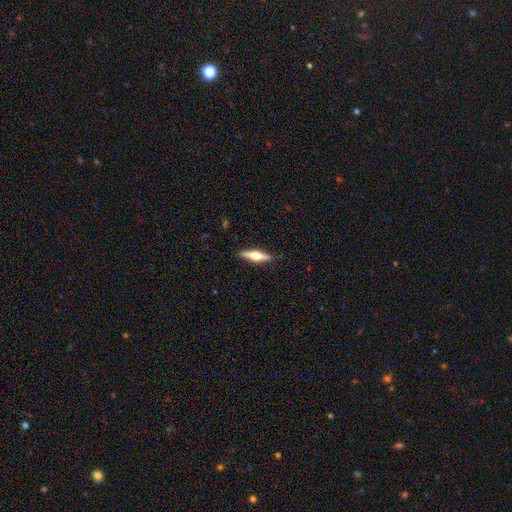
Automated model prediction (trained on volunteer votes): Smooth or featured? Predicted: featured or disk (p=0.61). Edge-on disk? Predicted: yes (p=0.97). Edge-on bulge? Predicted: rounded (p=0.94). Merging? Predicted: none (p=0.90).